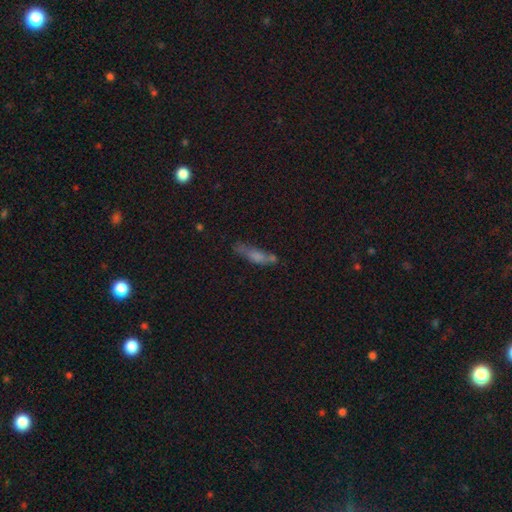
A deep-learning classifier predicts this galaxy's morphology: Smooth or featured: smooth — 60% (featured or disk — 28%)
How rounded: cigar-shaped — 69% (in between — 28%)
Merging: none — 54% (minor disturbance — 23%)